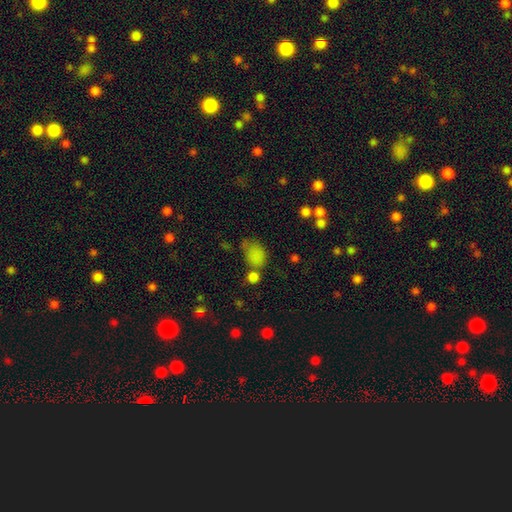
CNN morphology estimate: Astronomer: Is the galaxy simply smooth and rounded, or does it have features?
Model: smooth — 79%.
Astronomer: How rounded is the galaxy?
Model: in between — 68%.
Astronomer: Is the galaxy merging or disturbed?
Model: none — 47% (runner-up: minor disturbance, 23%).